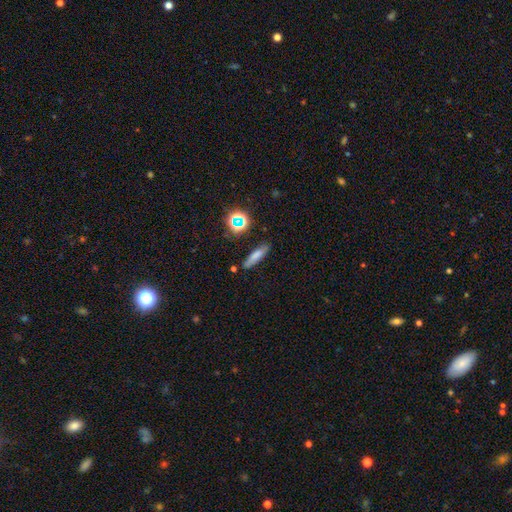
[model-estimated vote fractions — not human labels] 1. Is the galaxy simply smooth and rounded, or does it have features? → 70% smooth, 16% featured or disk, 14% star or artifact.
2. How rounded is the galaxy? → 72% cigar-shaped, 23% in between, 5% round.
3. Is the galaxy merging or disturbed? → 79% none, 13% minor disturbance, 4% merger, 4% major disturbance.